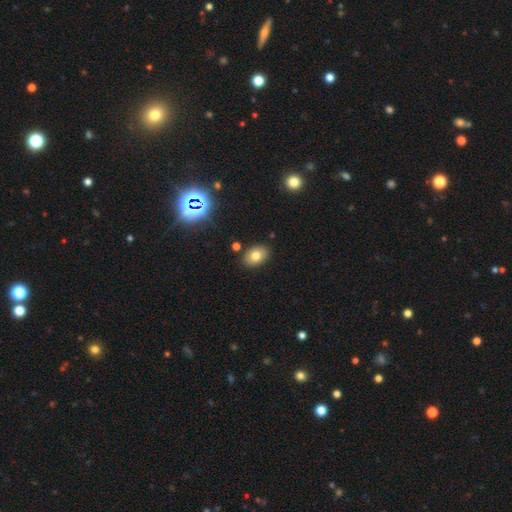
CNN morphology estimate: Q: Smooth or featured?
A: smooth (75%); runner-up: star or artifact (13%)
Q: How rounded?
A: in between (81%); runner-up: round (18%)
Q: Merging?
A: none (86%); runner-up: minor disturbance (9%)